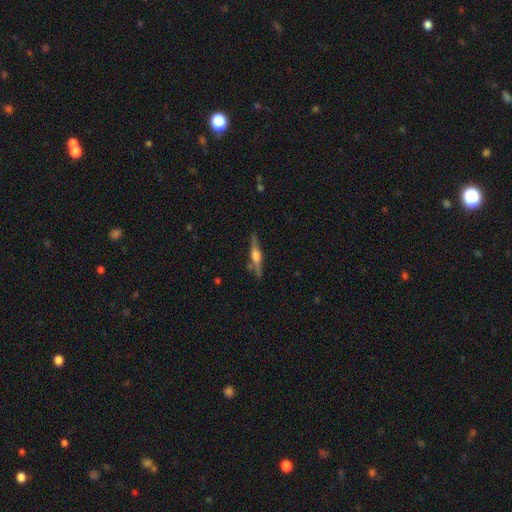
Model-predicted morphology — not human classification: This is likely a featured or disk galaxy (71%). It is clearly viewed edge-on (97%). Edge-on bulge: clearly rounded (86%). Merging: clearly none (83%).